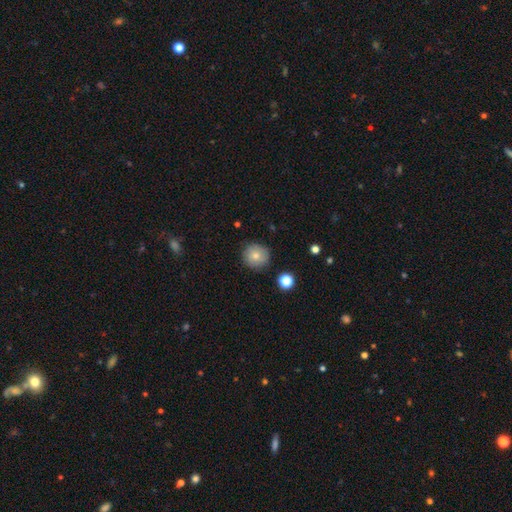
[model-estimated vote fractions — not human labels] smooth 75%, featured or disk 15%, star or artifact 10%. Down the decision tree: how rounded — round (92%); merging — none (85%).